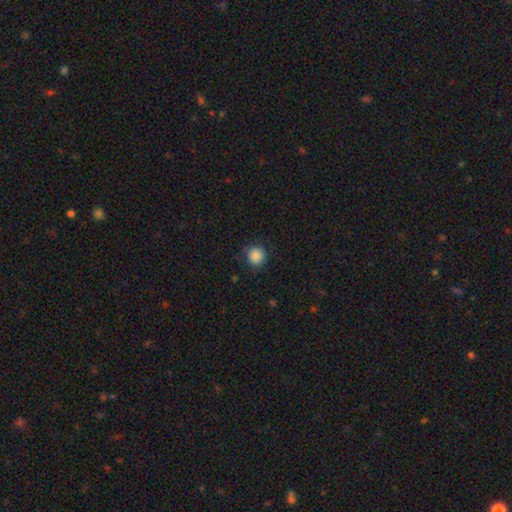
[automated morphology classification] Smooth or featured: smooth — 87% (star or artifact — 10%)
How rounded: round — 92% (in between — 7%)
Merging: none — 85% (minor disturbance — 10%)